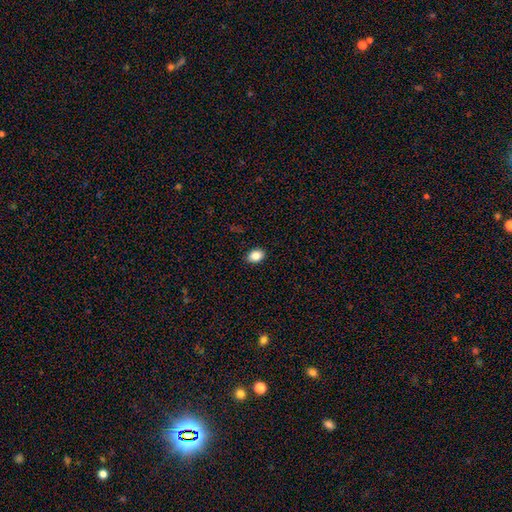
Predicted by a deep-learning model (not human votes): smooth 86%, star or artifact 9%, featured or disk 5%. Down the decision tree: how rounded — in between (75%); merging — none (89%).